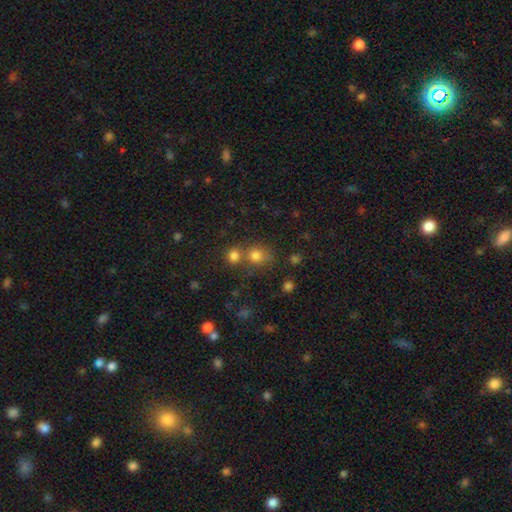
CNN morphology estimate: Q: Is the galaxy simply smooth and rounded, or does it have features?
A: smooth — 77%.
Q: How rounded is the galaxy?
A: round — 78%.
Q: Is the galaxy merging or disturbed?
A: none — 54%.